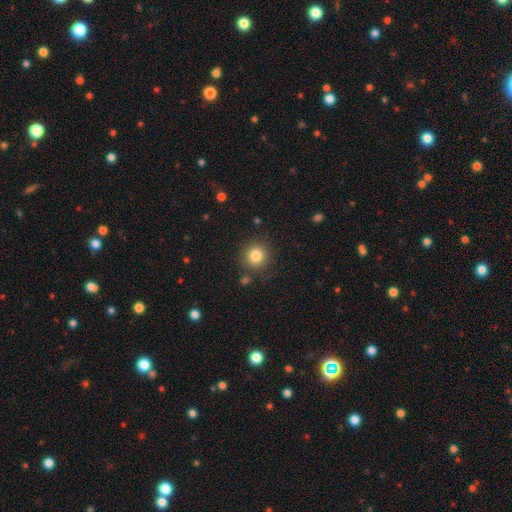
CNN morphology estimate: type=smooth (83%); roundness=round (93%); merging=none (86%).